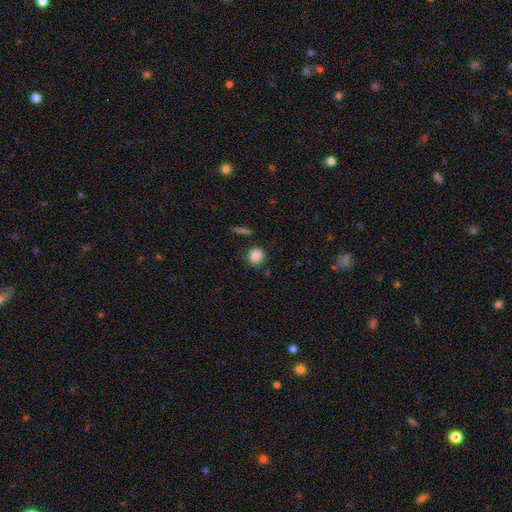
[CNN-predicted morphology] Overall: smooth (86%). How rounded: round (88%). Merging: none (82%).